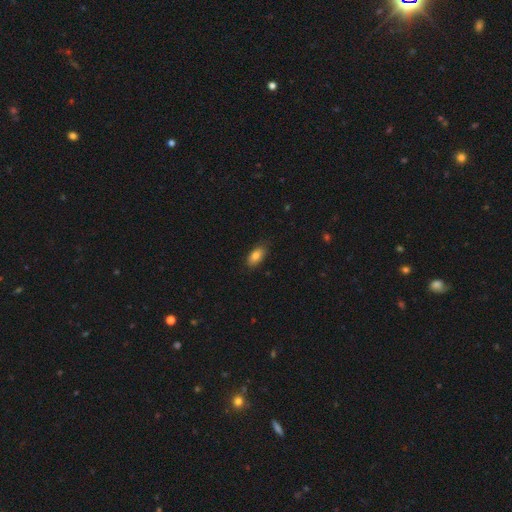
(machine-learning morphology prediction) Smooth or featured?
  - smooth: 84% *
  - featured or disk: 9%
  - star or artifact: 8%
How rounded?
  - in between: 90% *
  - cigar-shaped: 6%
  - round: 4%
Merging?
  - none: 83% *
  - minor disturbance: 14%
  - major disturbance: 2%
  - merger: 1%